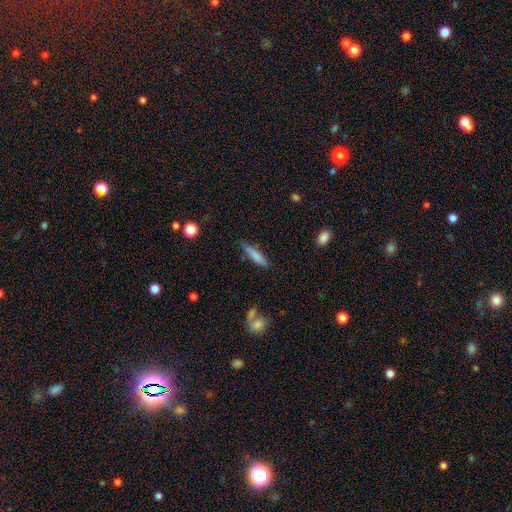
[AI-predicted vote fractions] A smooth galaxy with no disk features (77%) that is cigar-shaped (79%). Merging: none (71%).